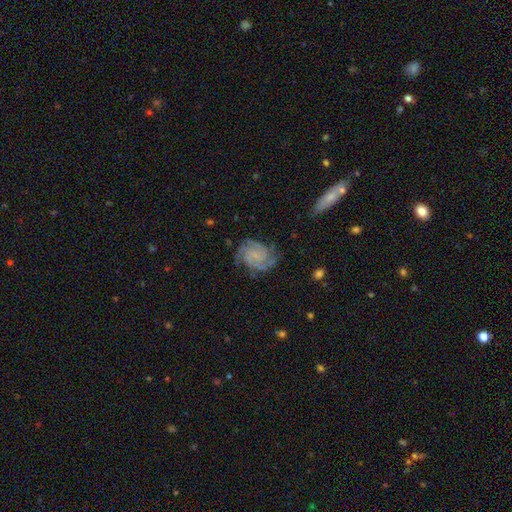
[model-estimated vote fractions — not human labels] This appears to be a featured or disk galaxy (83%) with no bar (61%), 3 (37%) tight (60%) spiral arms (97%) and no central bulge (45%). Merging: none (76%).